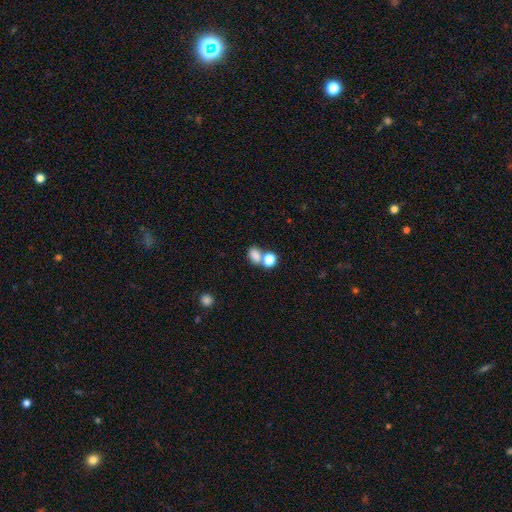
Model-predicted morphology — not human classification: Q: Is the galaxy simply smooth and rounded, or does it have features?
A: smooth — 80%.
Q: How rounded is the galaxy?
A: in between — 62%.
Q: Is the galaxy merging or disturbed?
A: merger — 45%.